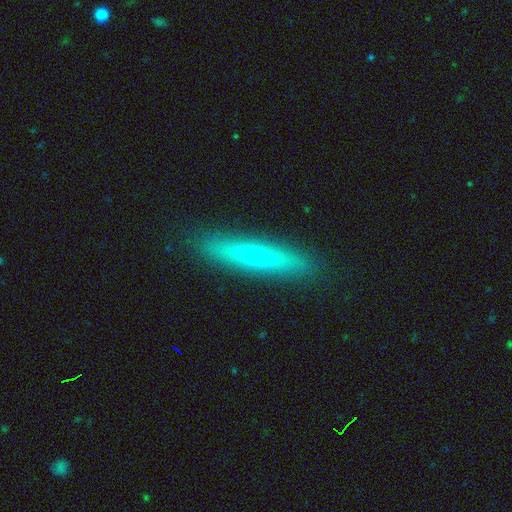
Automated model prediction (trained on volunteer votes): A featured or disk galaxy (53%) viewed edge-on (89%). Merging: none (90%).